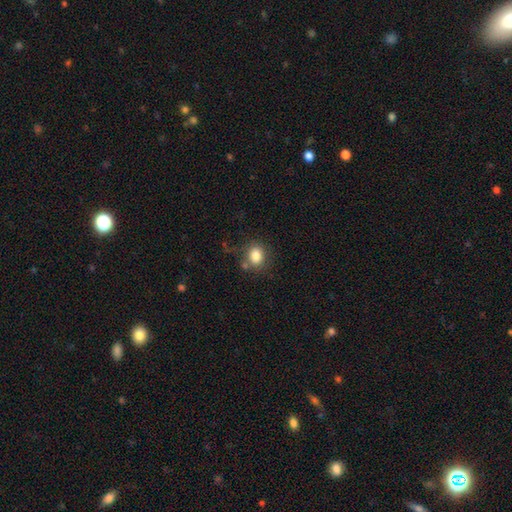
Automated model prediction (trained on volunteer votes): This appears to be a smooth galaxy with no disk features (84%) that is round (50%). Merging: none (69%).